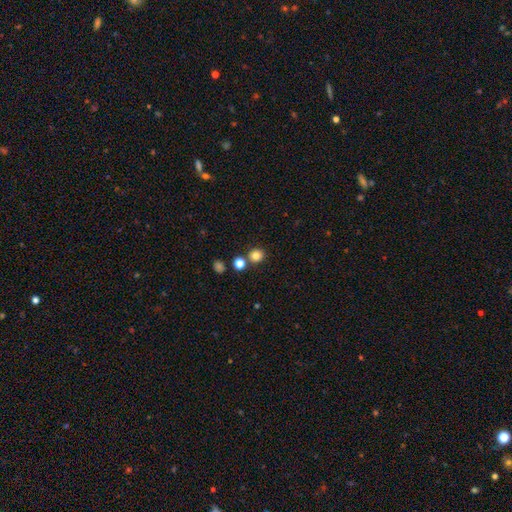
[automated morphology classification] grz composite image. It shows a smooth galaxy with no disk features (81%) that is round (87%). Merging: none (77%).